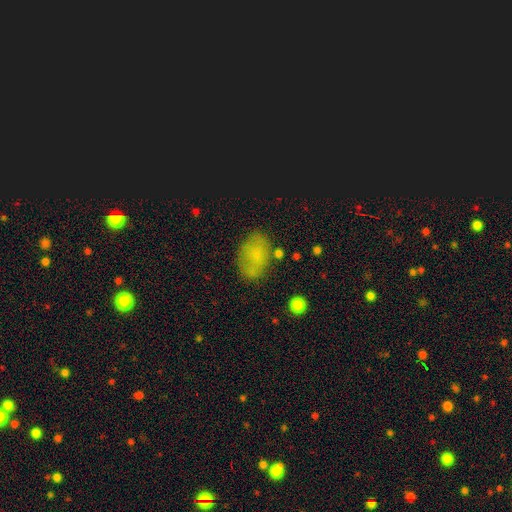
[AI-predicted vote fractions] This is likely a smooth galaxy (67%). How rounded: clearly in between (85%). Merging: likely none (71%).